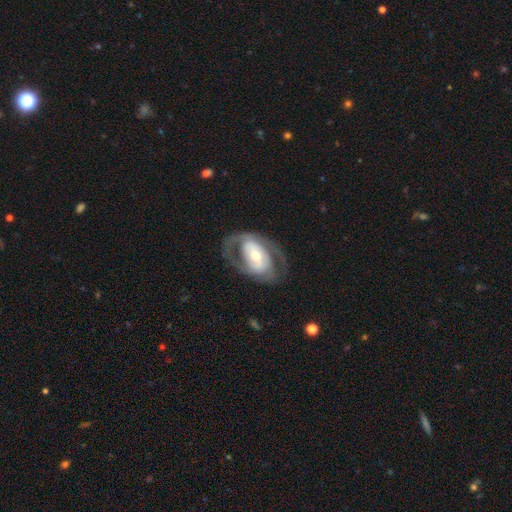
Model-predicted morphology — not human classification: featured or disk 76%, smooth 19%, star or artifact 5%. Down the decision tree: edge-on disk — no (94%); bar — no (42%); spiral arms — yes (71%); spiral arm count — 2 (73%); spiral winding — medium (43%); bulge size — moderate (54%); merging — none (65%).